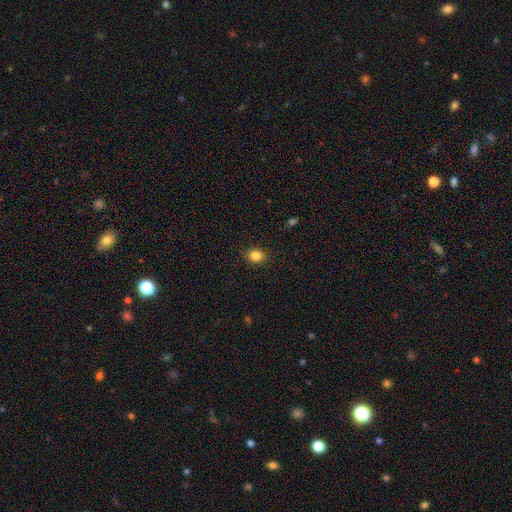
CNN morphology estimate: Smooth or featured? smooth (85%)
How rounded? round (55%)
Merging? none (89%)